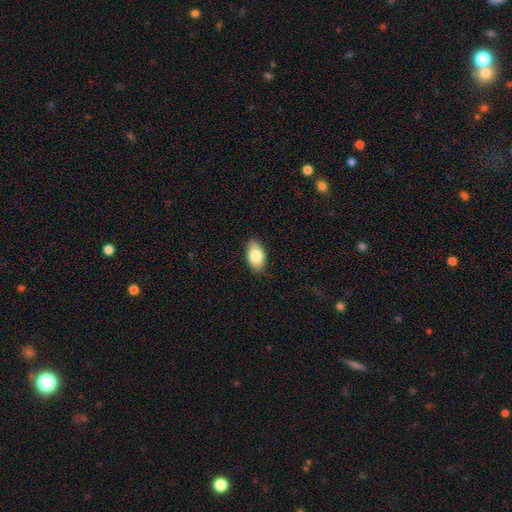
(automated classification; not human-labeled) The model was most divided on "smooth or featured": smooth: 82%, featured or disk: 11%, star or artifact: 6%. More confident: how rounded — in between (93%); merging — none (86%).